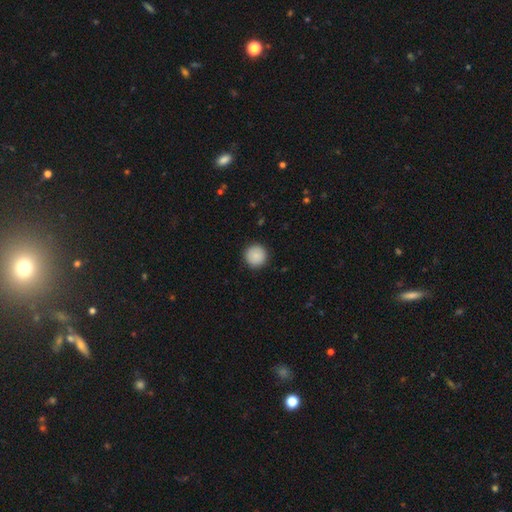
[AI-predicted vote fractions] Q: Smooth or featured?
A: smooth (88%); runner-up: star or artifact (7%)
Q: How rounded?
A: round (96%); runner-up: in between (3%)
Q: Merging?
A: none (92%); runner-up: minor disturbance (6%)